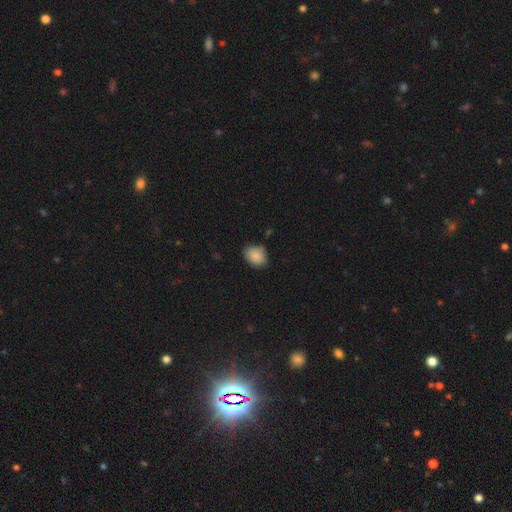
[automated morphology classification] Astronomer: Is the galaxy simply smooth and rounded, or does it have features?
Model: smooth — 87%.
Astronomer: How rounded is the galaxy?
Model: in between — 64%.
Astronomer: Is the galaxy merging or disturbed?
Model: none — 72%.